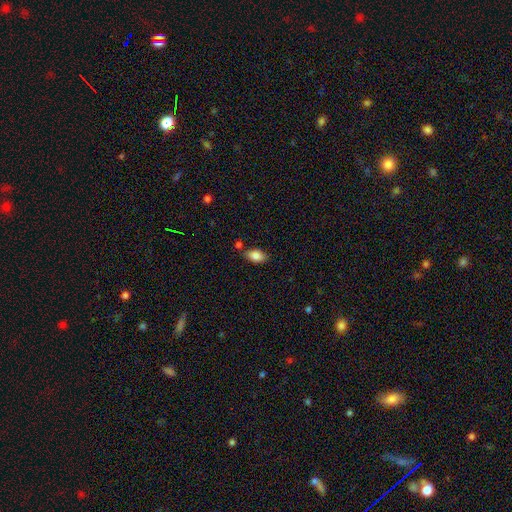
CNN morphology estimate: smooth_or_featured: smooth (p=0.84) [alt: featured or disk p=0.08]
how_rounded: in between (p=0.90) [alt: round p=0.07]
merging: none (p=0.75) [alt: minor disturbance p=0.15]